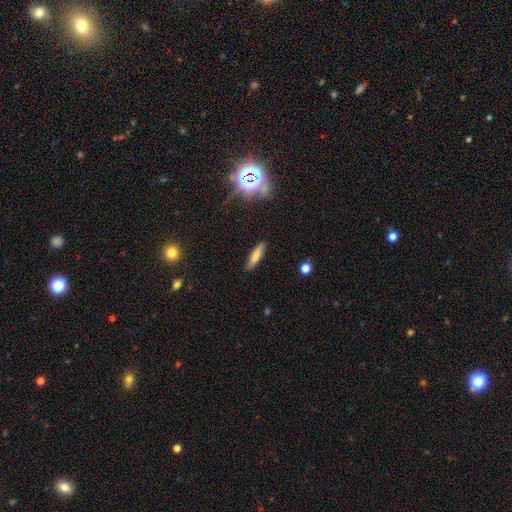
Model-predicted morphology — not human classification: smooth 73%, featured or disk 17%, star or artifact 10%. Down the decision tree: how rounded — cigar-shaped (73%); merging — none (86%).